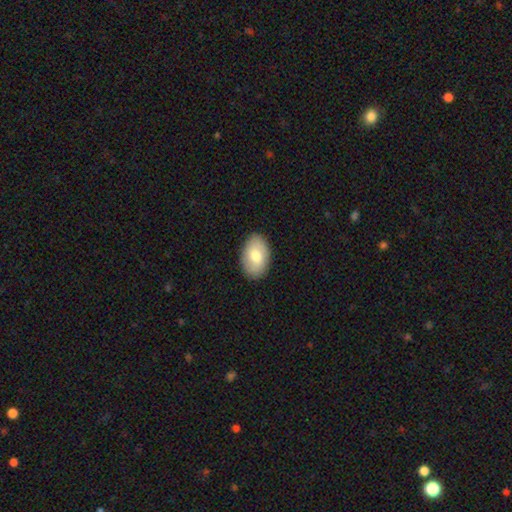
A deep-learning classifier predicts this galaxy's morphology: The model was most divided on "smooth or featured": smooth: 73%, featured or disk: 22%, star or artifact: 6%. More confident: how rounded — in between (90%); merging — none (88%).